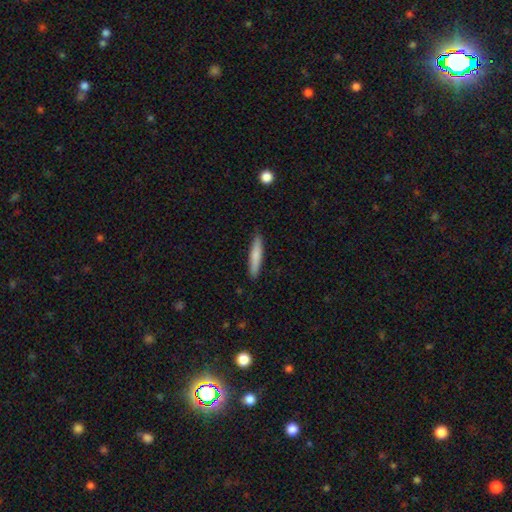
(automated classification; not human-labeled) Smooth or featured?
  - smooth: 78% *
  - featured or disk: 16%
  - star or artifact: 6%
How rounded?
  - cigar-shaped: 91% *
  - in between: 8%
  - round: 1%
Merging?
  - none: 88% *
  - minor disturbance: 9%
  - major disturbance: 2%
  - merger: 1%